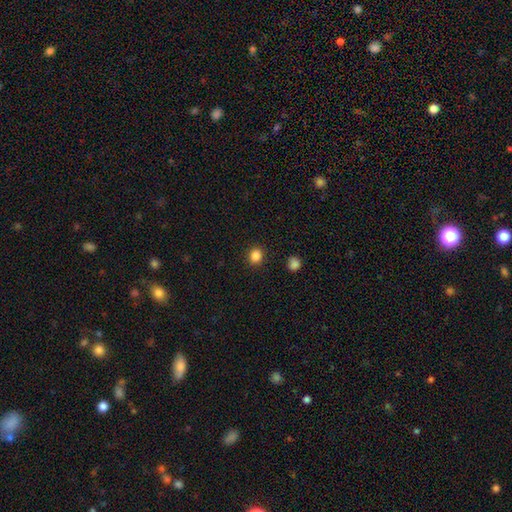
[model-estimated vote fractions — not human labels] Smooth or featured: smooth — 85% (star or artifact — 11%)
How rounded: round — 81% (in between — 18%)
Merging: none — 91% (minor disturbance — 6%)